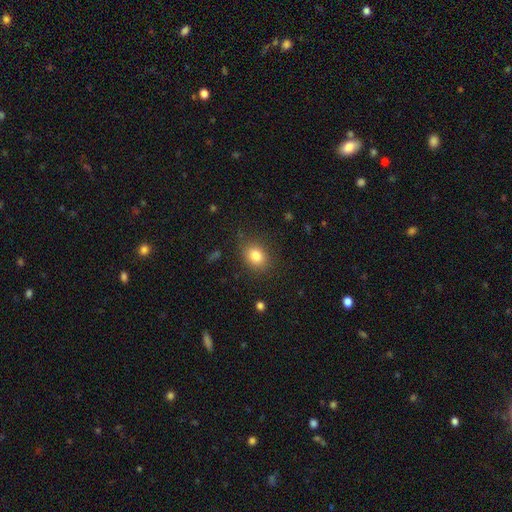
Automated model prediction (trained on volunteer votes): Overall: smooth (82%). How rounded: in between (51%; round 48%). Merging: none (82%).